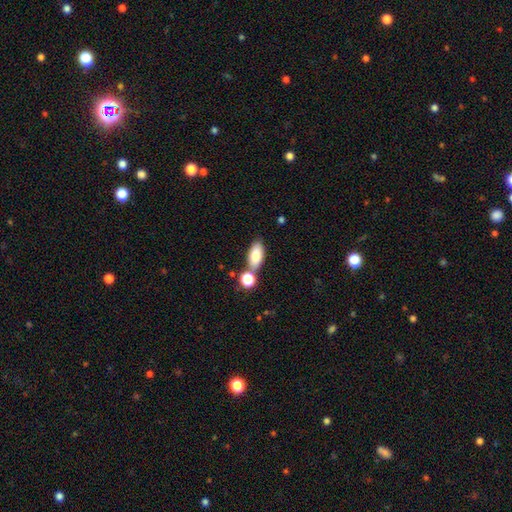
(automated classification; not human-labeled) Smooth or featured? smooth (82%)
How rounded? in between (86%)
Merging? none (66%)